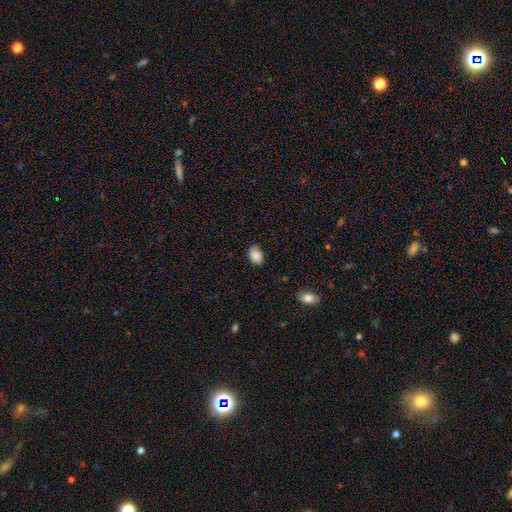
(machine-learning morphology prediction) type=smooth (86%); roundness=in between (84%); merging=none (75%).